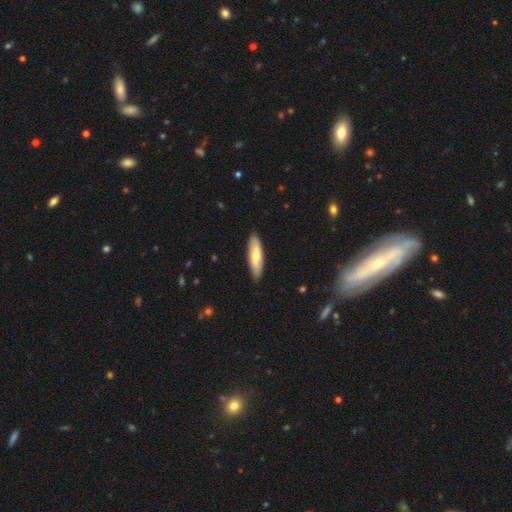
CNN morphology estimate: Smooth or featured?
  - smooth: 62% *
  - featured or disk: 33%
  - star or artifact: 5%
How rounded?
  - cigar-shaped: 58% *
  - in between: 40%
  - round: 2%
Merging?
  - none: 89% *
  - minor disturbance: 8%
  - major disturbance: 2%
  - merger: 1%